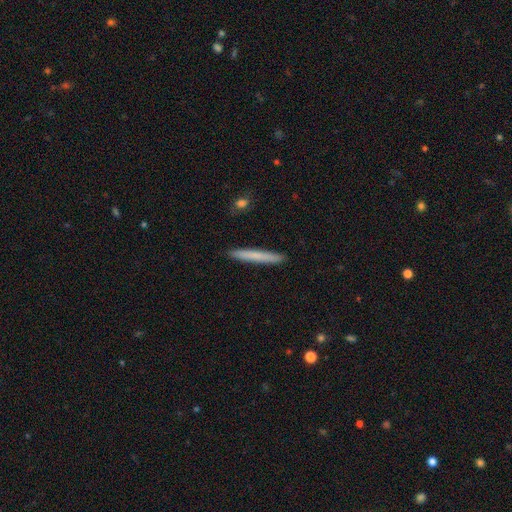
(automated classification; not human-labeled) smooth-or-featured: smooth: 72% | featured or disk: 22% | star or artifact: 6%
  how-rounded: cigar-shaped: 97% | in between: 2% | round: 1%
  merging: none: 92% | minor disturbance: 5% | major disturbance: 1% | merger: 1%